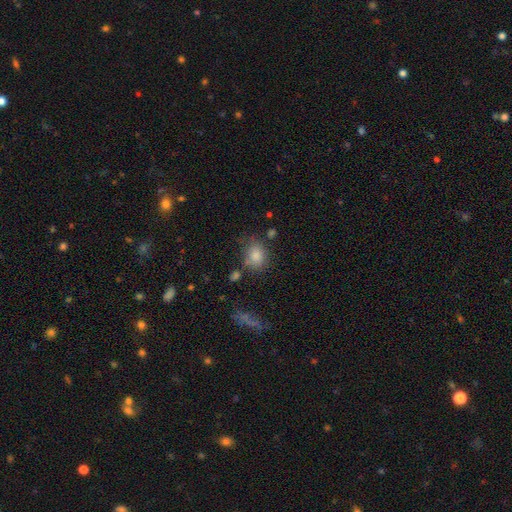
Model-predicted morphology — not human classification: smooth-or-featured: smooth: 82% | star or artifact: 10% | featured or disk: 8%
  how-rounded: in between: 53% | round: 45% | cigar-shaped: 1%
  merging: none: 64% | minor disturbance: 21% | major disturbance: 8% | merger: 8%